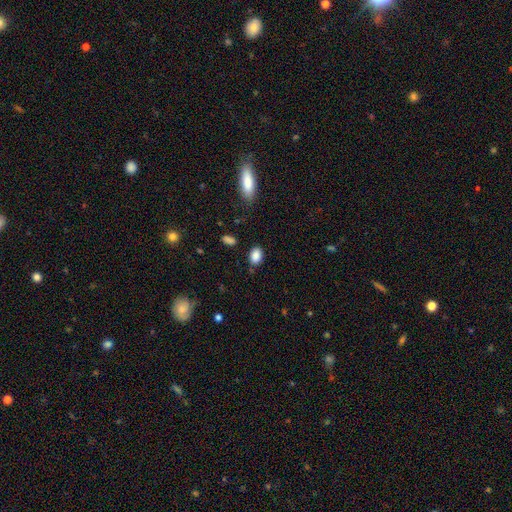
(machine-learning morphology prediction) This is clearly a smooth galaxy (87%). How rounded: likely in between (77%). Merging: clearly none (81%).